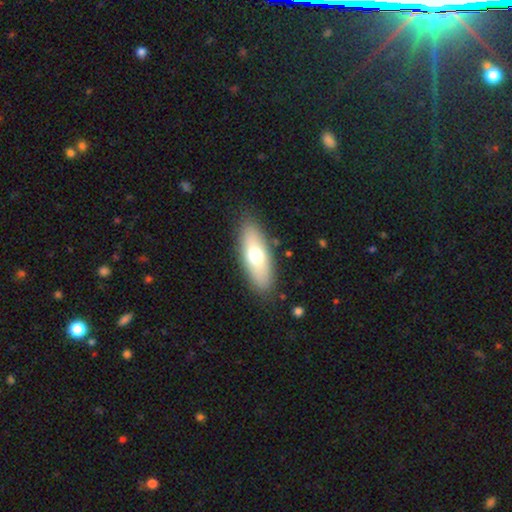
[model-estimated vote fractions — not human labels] Smooth or featured?
  - smooth: 65% *
  - featured or disk: 28%
  - star or artifact: 7%
How rounded?
  - in between: 72% *
  - cigar-shaped: 25%
  - round: 3%
Merging?
  - none: 86% *
  - minor disturbance: 10%
  - major disturbance: 3%
  - merger: 1%